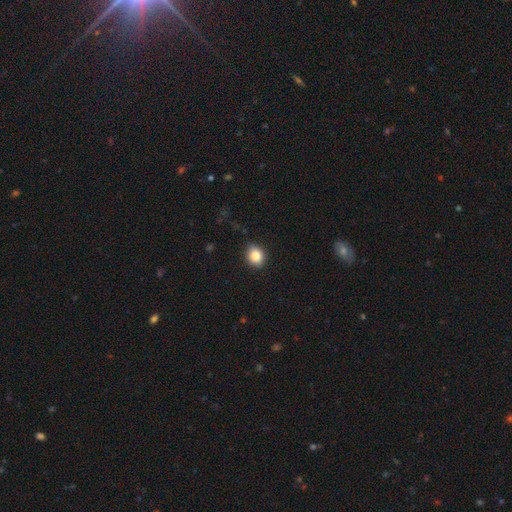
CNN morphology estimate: Smooth or featured? Predicted: smooth (p=0.86). How rounded? Predicted: round (p=0.59). Merging? Predicted: none (p=0.86).